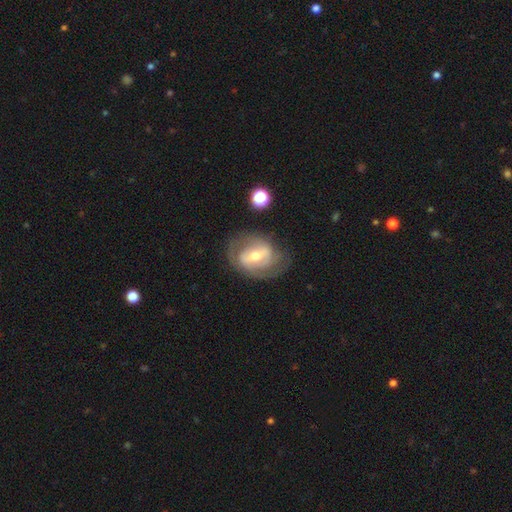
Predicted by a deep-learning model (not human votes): Smooth or featured? Predicted: featured or disk (p=0.77). Edge-on disk? Predicted: no (p=0.95). Bar? Predicted: strong (p=0.43). Spiral arms? Predicted: yes (p=0.78). Spiral winding? Predicted: tight (p=0.45). Spiral arm count? Predicted: 2 (p=0.65). Bulge size? Predicted: moderate (p=0.64). Merging? Predicted: none (p=0.70).